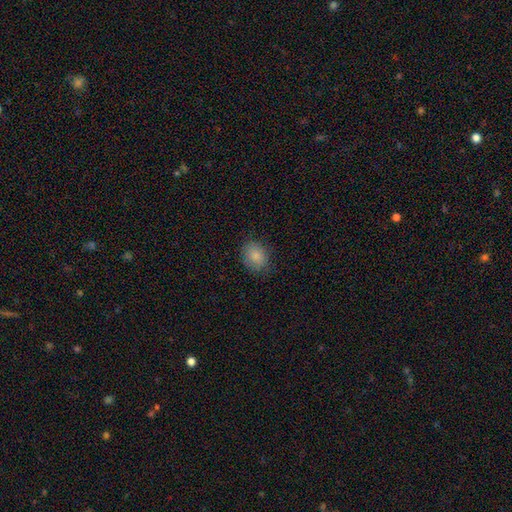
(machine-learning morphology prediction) smooth-or-featured: smooth: 86% | star or artifact: 9% | featured or disk: 6%
  how-rounded: round: 52% | in between: 47% | cigar-shaped: 1%
  merging: none: 78% | minor disturbance: 16% | major disturbance: 4% | merger: 1%